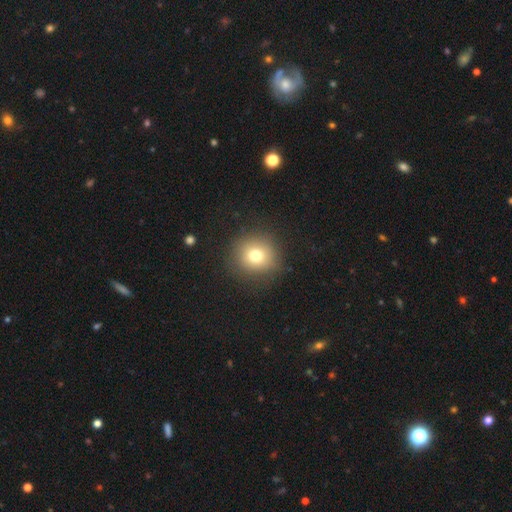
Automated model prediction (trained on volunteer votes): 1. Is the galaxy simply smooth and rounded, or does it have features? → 75% smooth, 14% star or artifact, 11% featured or disk.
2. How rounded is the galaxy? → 90% round, 9% in between, 1% cigar-shaped.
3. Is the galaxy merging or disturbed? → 87% none, 8% minor disturbance, 4% major disturbance, 1% merger.